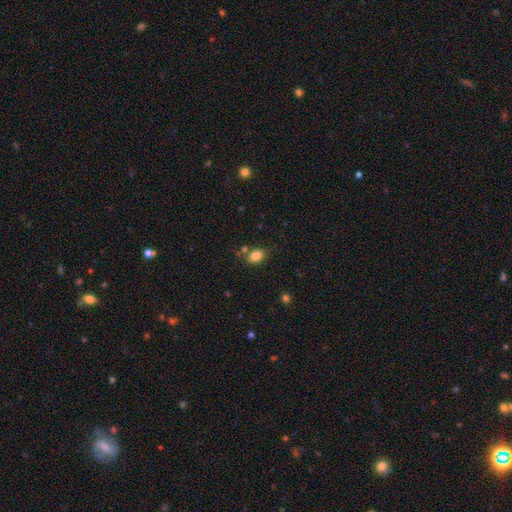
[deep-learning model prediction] smooth 83%, star or artifact 10%, featured or disk 7%. Down the decision tree: how rounded — in between (72%); merging — none (71%).